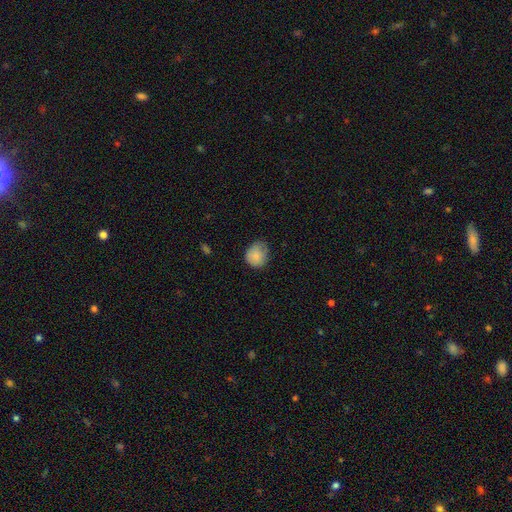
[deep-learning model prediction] Morphology: type=smooth (84%); roundness=round (73%); merging=none (62%).